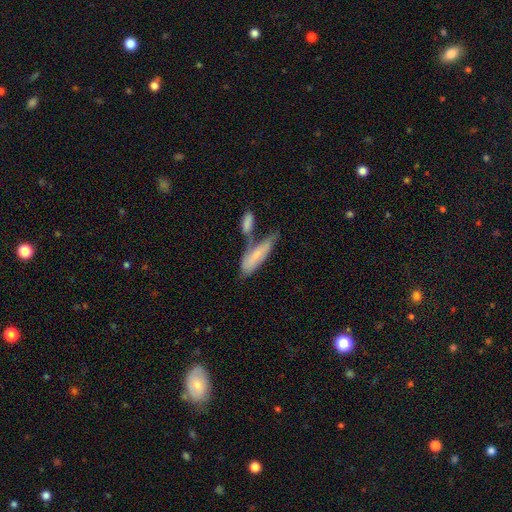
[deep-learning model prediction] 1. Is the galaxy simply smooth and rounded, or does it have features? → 69% smooth, 24% featured or disk, 7% star or artifact.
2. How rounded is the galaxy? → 52% cigar-shaped, 47% in between, 2% round.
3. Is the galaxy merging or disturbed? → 50% merger, 26% none, 15% minor disturbance, 9% major disturbance.